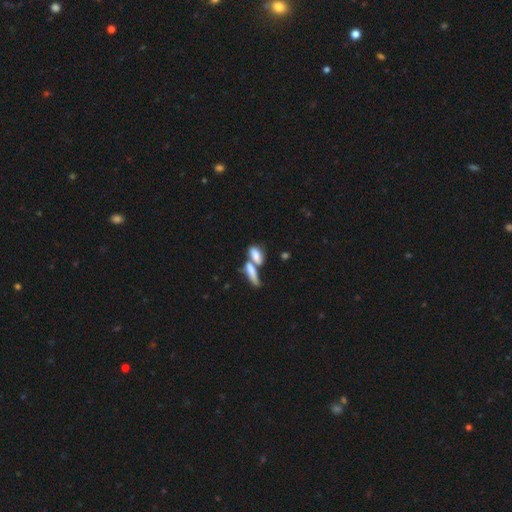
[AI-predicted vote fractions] Overall: smooth (72%). How rounded: in between (73%). Merging: merger (55%; none 29%).